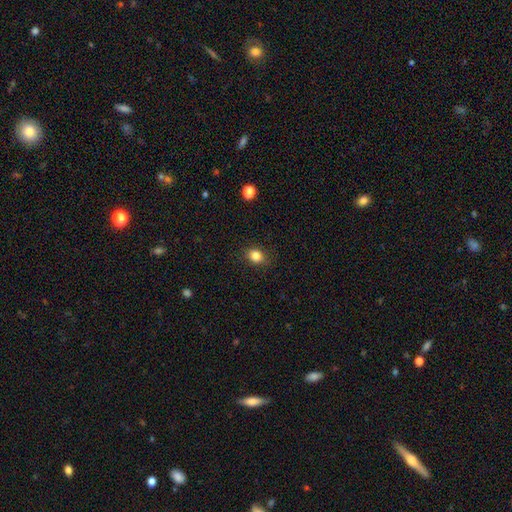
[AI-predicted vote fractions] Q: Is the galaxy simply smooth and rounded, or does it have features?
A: smooth — 84%.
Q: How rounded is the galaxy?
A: round — 52%.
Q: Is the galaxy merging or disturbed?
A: none — 85%.